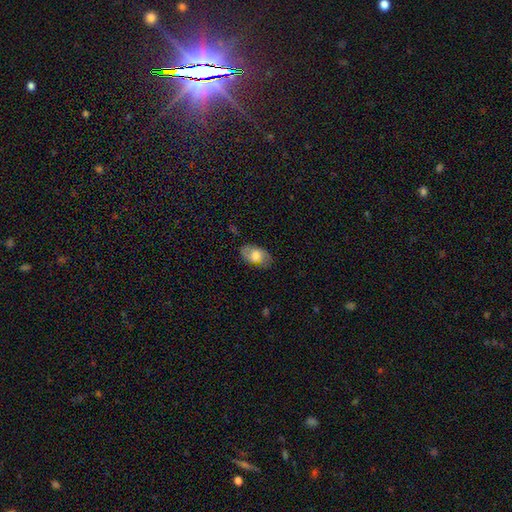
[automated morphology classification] A smooth galaxy with no disk features (64%) that is in between round and cigar-shaped (92%).

Vote fractions:
- Smooth or featured? smooth: 64% / featured or disk: 29% / star or artifact: 7%
- How rounded? in between: 92% / round: 7% / cigar-shaped: 2%
- Merging? none: 72% / minor disturbance: 21% / major disturbance: 6% / merger: 2%